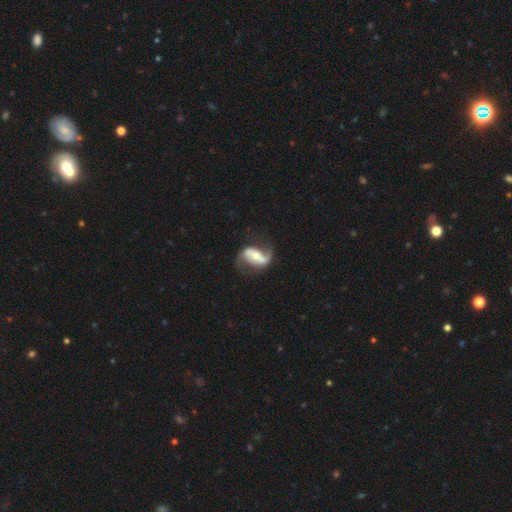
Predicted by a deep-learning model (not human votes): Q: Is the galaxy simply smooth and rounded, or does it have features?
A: featured or disk — 81%.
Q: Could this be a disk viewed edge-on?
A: no — 95%.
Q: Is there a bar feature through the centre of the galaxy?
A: strong — 49%.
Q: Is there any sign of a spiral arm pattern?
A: yes — 92%.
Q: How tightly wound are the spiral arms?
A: loose — 60%.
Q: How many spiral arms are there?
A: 2 — 89%.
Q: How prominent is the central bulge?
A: moderate — 56%.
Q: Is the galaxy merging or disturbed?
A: none — 67%.